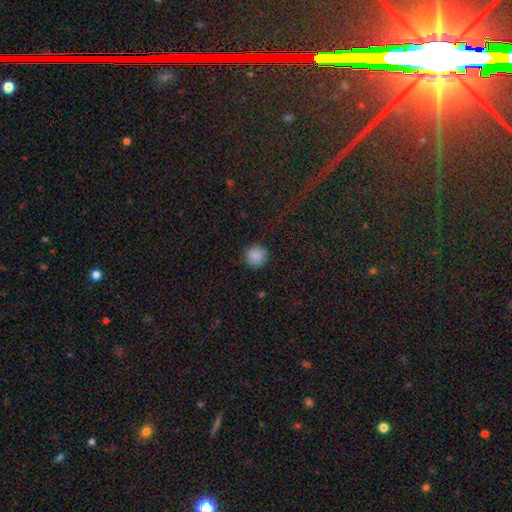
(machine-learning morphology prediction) This is clearly a smooth galaxy (88%). How rounded: clearly round (95%). Merging: clearly none (92%).